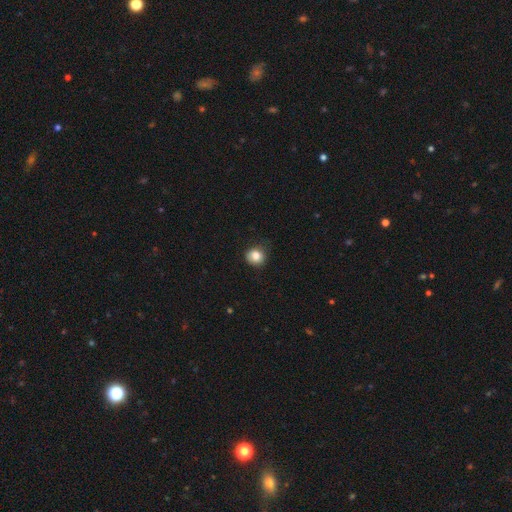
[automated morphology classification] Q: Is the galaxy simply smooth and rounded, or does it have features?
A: smooth — 84%.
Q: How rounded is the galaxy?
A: round — 83%.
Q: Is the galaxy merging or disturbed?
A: none — 76%.